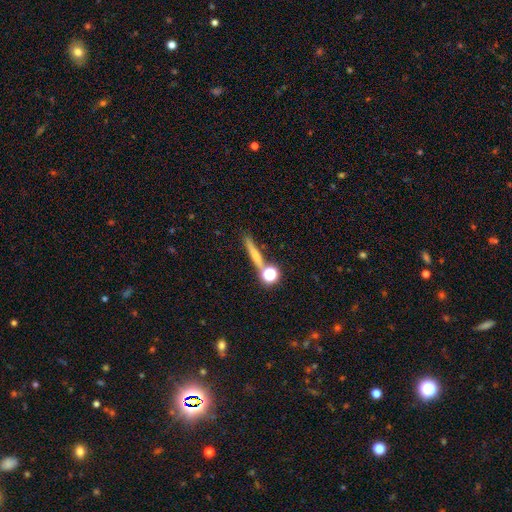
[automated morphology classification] This is possibly a smooth galaxy (55%). How rounded: likely cigar-shaped (73%). Merging: likely none (73%).